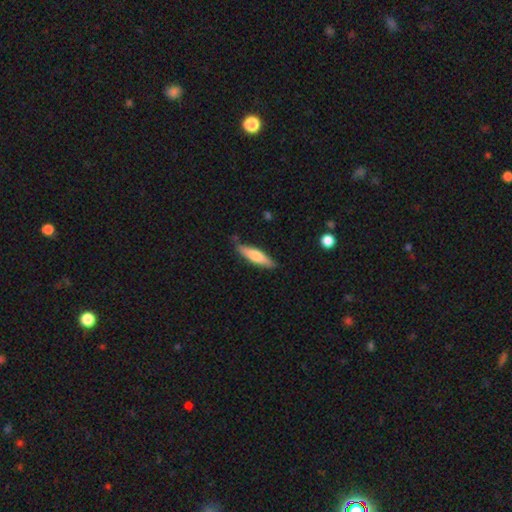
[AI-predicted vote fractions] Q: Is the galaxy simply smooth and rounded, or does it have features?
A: smooth — 64%.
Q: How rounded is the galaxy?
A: cigar-shaped — 74%.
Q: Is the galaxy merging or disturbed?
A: none — 83%.